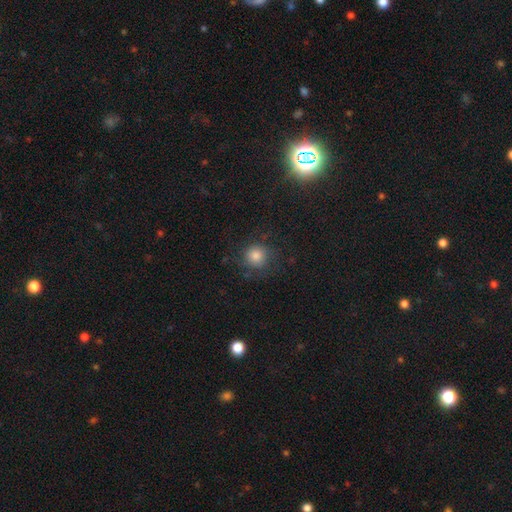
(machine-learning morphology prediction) Smooth or featured? smooth (77%)
How rounded? round (92%)
Merging? none (76%)